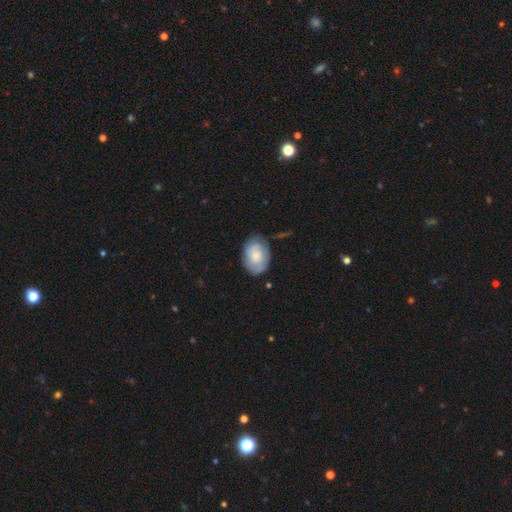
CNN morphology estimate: smooth-or-featured: smooth: 68% | featured or disk: 26% | star or artifact: 7%
  how-rounded: in between: 80% | round: 19% | cigar-shaped: 1%
  merging: none: 71% | minor disturbance: 22% | major disturbance: 6% | merger: 2%